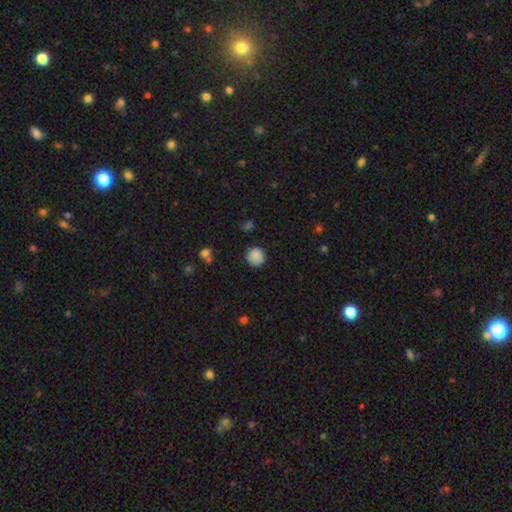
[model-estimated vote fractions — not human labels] A smooth galaxy with no disk features (87%) that is round (92%). Merging: none (87%).